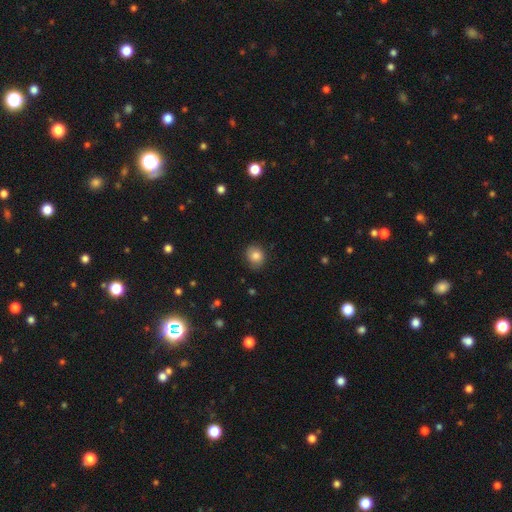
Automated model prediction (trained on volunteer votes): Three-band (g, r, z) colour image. It shows a smooth galaxy with no disk features (83%) that is round (67%). Merging: none (83%).